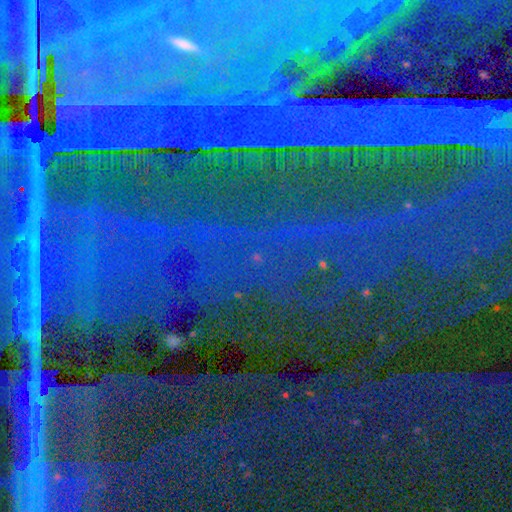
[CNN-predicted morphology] The model was most divided on "smooth or featured": star or artifact: 88%, featured or disk: 6%, smooth: 5%.